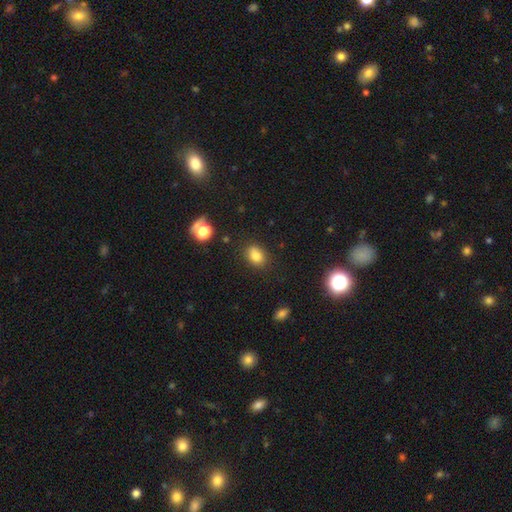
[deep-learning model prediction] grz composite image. It shows a smooth galaxy with no disk features (79%) that is in between round and cigar-shaped (65%). Merging: none (75%).